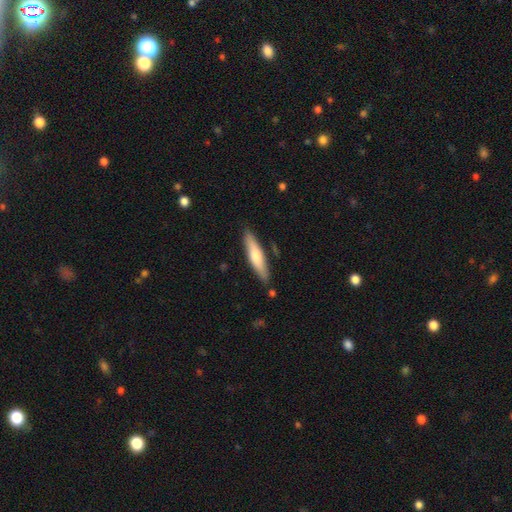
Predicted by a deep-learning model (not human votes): Smooth or featured: smooth — 64% (featured or disk — 31%)
How rounded: cigar-shaped — 82% (in between — 16%)
Merging: none — 84% (minor disturbance — 11%)